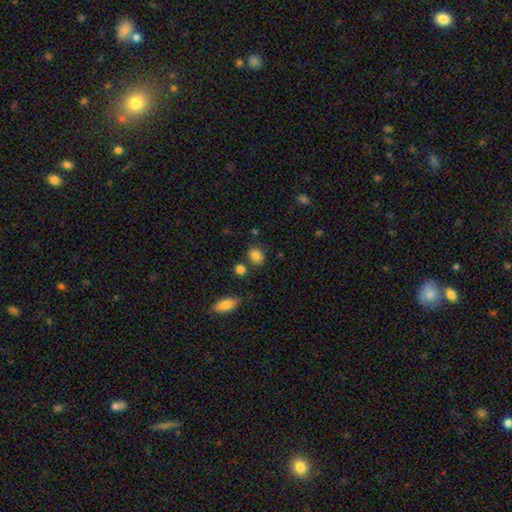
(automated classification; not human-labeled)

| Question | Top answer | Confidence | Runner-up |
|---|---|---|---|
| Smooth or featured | smooth | 84% | star or artifact (10%) |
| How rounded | round | 53% | in between (46%) |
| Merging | none | 75% | minor disturbance (12%) |